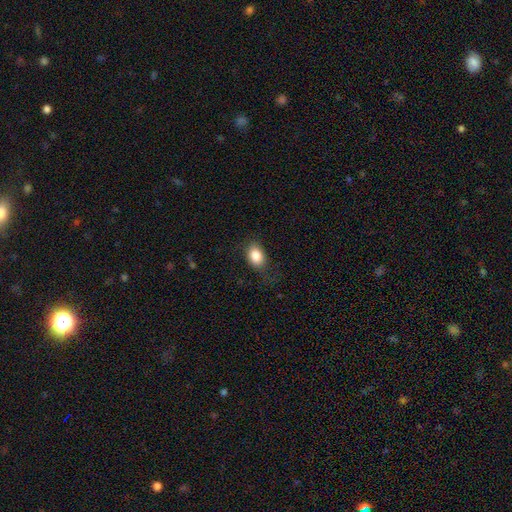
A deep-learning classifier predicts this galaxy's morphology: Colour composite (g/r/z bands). It shows a smooth galaxy with no disk features (85%) that is in between round and cigar-shaped (77%). Merging: none (76%).